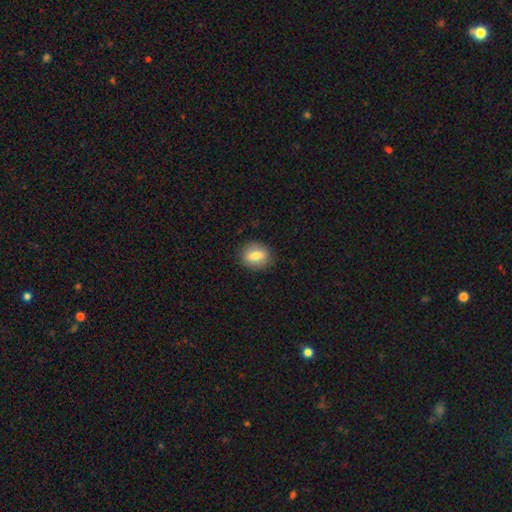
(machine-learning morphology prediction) type=smooth (75%); roundness=round (56%); merging=none (87%).